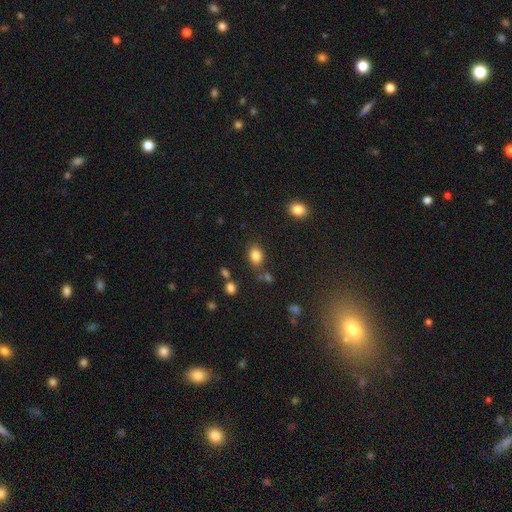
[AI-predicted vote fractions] Smooth or featured?
  - smooth: 83% *
  - star or artifact: 10%
  - featured or disk: 6%
How rounded?
  - in between: 74% *
  - round: 25%
  - cigar-shaped: 1%
Merging?
  - none: 75% *
  - minor disturbance: 14%
  - merger: 7%
  - major disturbance: 4%